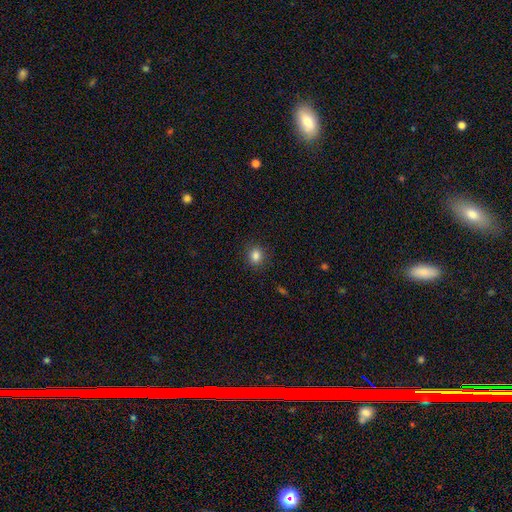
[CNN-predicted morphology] Smooth or featured?
  - smooth: 84% *
  - star or artifact: 12%
  - featured or disk: 5%
How rounded?
  - round: 71% *
  - in between: 28%
  - cigar-shaped: 1%
Merging?
  - none: 89% *
  - minor disturbance: 8%
  - major disturbance: 2%
  - merger: 1%